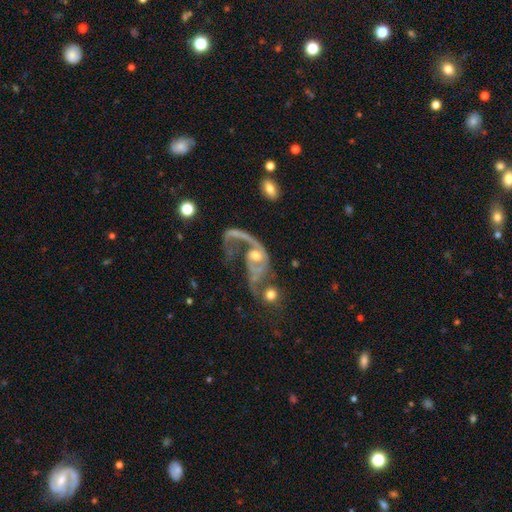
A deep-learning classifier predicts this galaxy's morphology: This is clearly a featured or disk galaxy (81%). It is clearly not viewed edge-on (96%). Bar: likely no (67%). Spiral arm pattern: clearly yes (83%). Spiral arm count: possibly 1 (52%). Spiral winding: likely loose (67%). Central bulge: possibly moderate (58%). Merging: marginally major disturbance (45%).